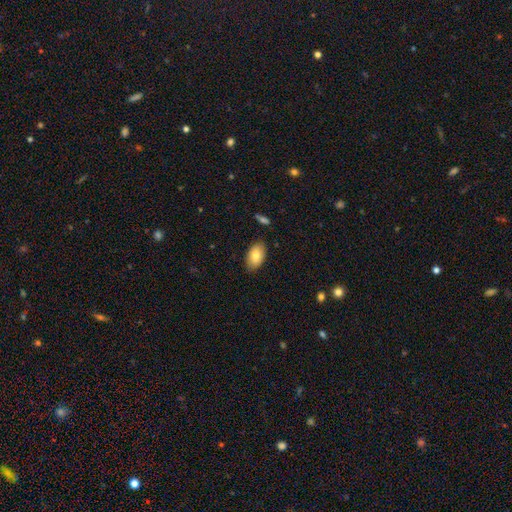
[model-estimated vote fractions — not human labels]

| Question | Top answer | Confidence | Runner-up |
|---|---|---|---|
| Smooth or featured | smooth | 80% | featured or disk (13%) |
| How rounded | in between | 93% | round (6%) |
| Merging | none | 83% | minor disturbance (13%) |